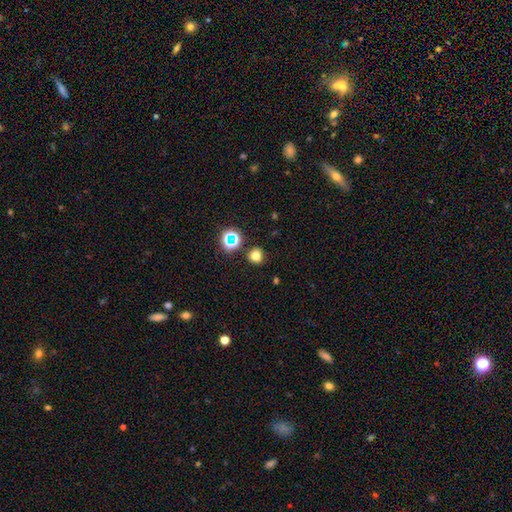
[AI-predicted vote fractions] The model was most divided on "smooth or featured": smooth: 74%, star or artifact: 20%, featured or disk: 6%. More confident: how rounded — round (85%); merging — none (85%).